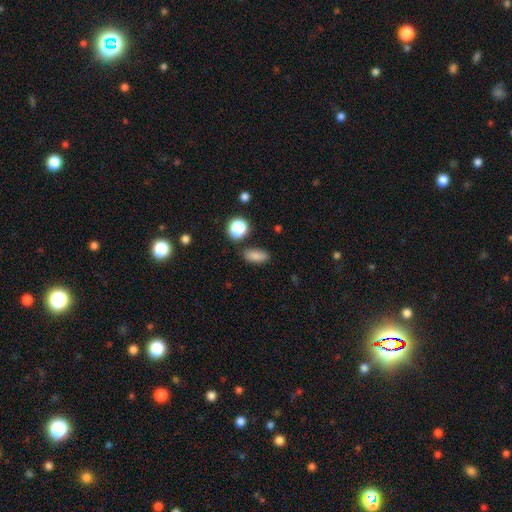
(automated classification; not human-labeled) A smooth galaxy with no disk features (82%) that is in between round and cigar-shaped (77%).

Vote fractions:
- Smooth or featured? smooth: 82% / star or artifact: 11% / featured or disk: 7%
- How rounded? in between: 77% / cigar-shaped: 14% / round: 9%
- Merging? none: 82% / minor disturbance: 12% / merger: 4% / major disturbance: 3%